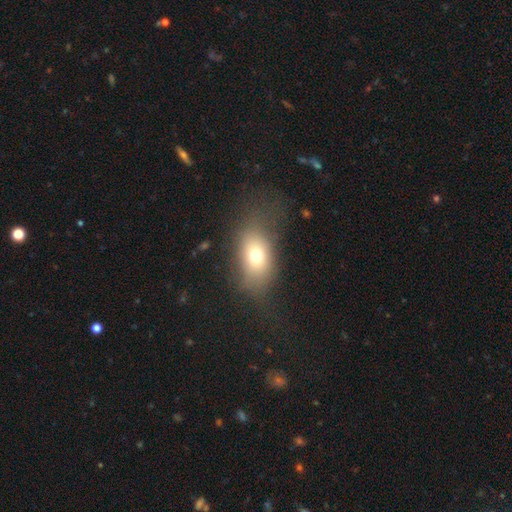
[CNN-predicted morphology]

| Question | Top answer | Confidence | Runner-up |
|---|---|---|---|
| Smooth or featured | smooth | 70% | featured or disk (17%) |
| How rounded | in between | 80% | round (18%) |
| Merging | none | 60% | minor disturbance (20%) |